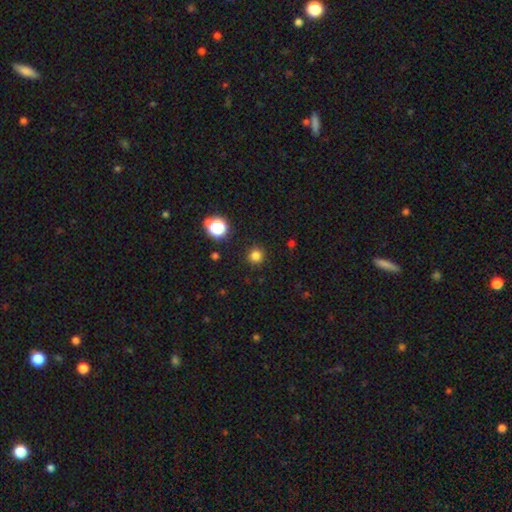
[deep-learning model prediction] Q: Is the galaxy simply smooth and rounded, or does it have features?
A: smooth — 80%.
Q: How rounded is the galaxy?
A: round — 95%.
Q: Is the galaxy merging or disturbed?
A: none — 91%.